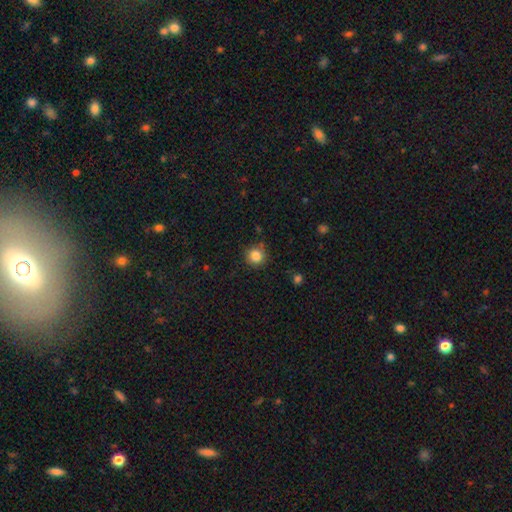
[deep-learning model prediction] Q: Smooth or featured?
A: smooth (84%); runner-up: star or artifact (11%)
Q: How rounded?
A: round (92%); runner-up: in between (7%)
Q: Merging?
A: none (85%); runner-up: minor disturbance (10%)